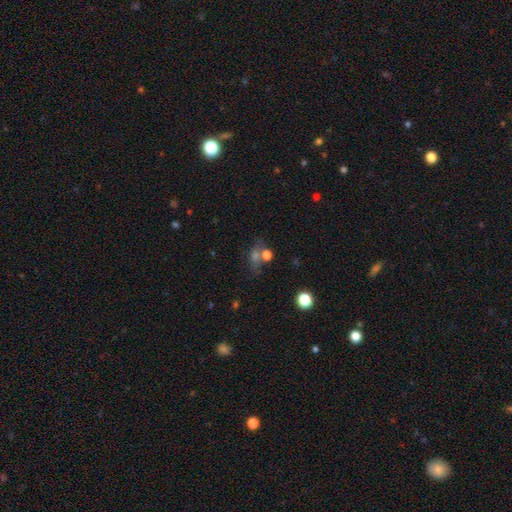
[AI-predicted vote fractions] A smooth galaxy with no disk features (44%).

Vote fractions:
- Smooth or featured? smooth: 44% / star or artifact: 34% / featured or disk: 22%
- Merging? none: 51% / merger: 25% / minor disturbance: 14% / major disturbance: 10%